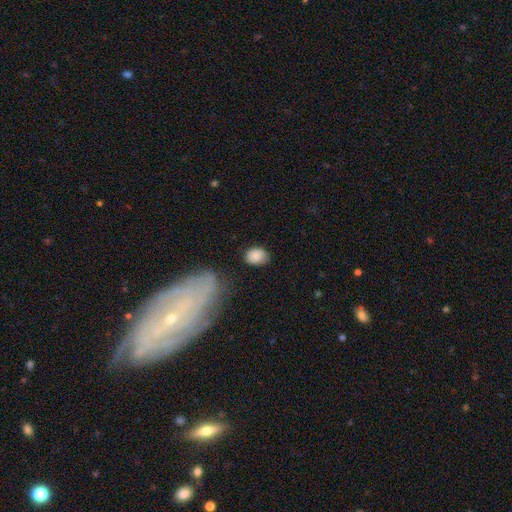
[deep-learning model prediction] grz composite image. It shows a smooth galaxy with no disk features (85%) that is in between round and cigar-shaped (66%). Merging: none (71%).